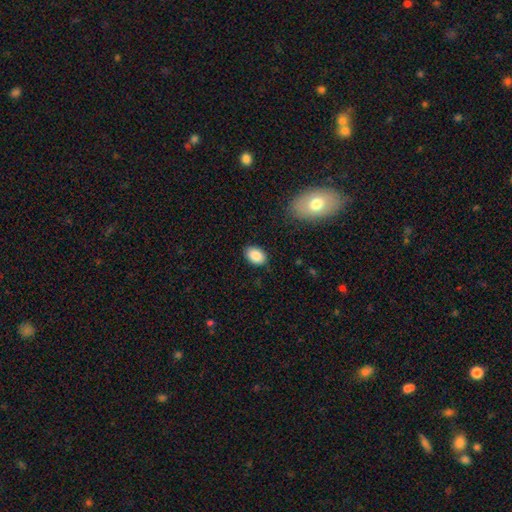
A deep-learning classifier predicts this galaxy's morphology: type=smooth (87%); roundness=in between (83%); merging=none (87%).